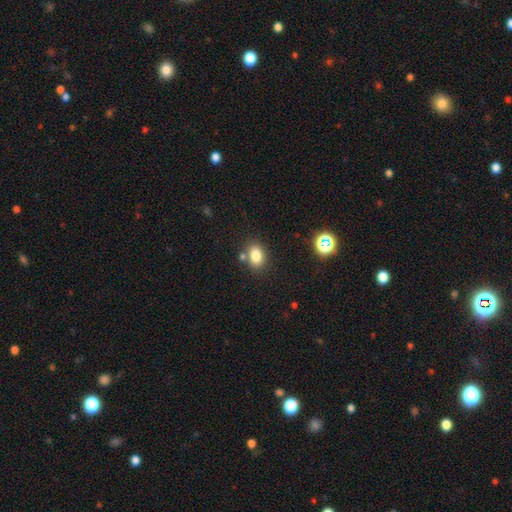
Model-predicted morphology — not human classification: smooth-or-featured: smooth: 82% | star or artifact: 11% | featured or disk: 7%
  how-rounded: in between: 80% | round: 19% | cigar-shaped: 2%
  merging: none: 73% | merger: 12% | minor disturbance: 11% | major disturbance: 3%